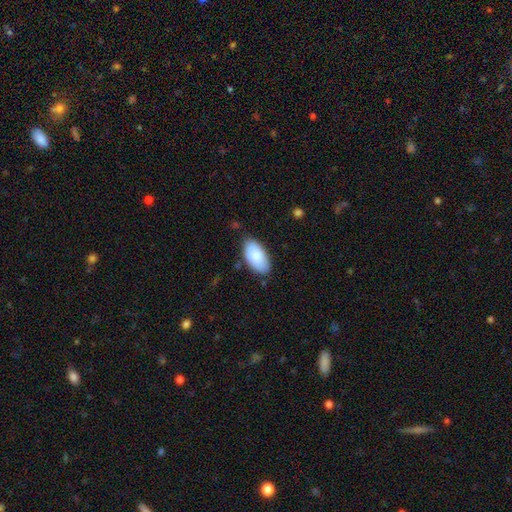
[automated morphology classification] type=smooth (80%); roundness=in between (95%); merging=none (77%).